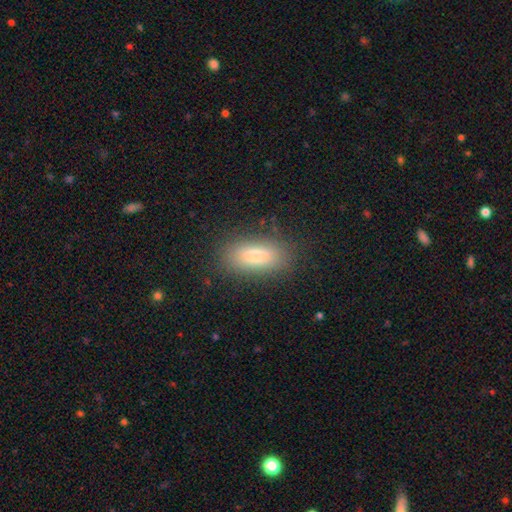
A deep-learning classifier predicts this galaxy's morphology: Overall: smooth (80%). How rounded: in between (80%). Merging: none (83%).